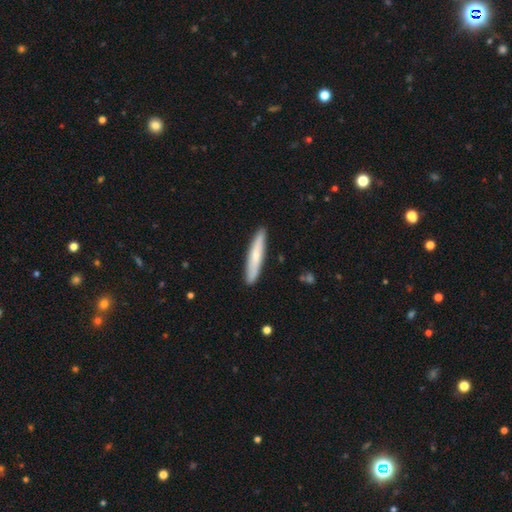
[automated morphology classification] Smooth or featured? Predicted: smooth (p=0.62). How rounded? Predicted: cigar-shaped (p=0.92). Merging? Predicted: none (p=0.90).